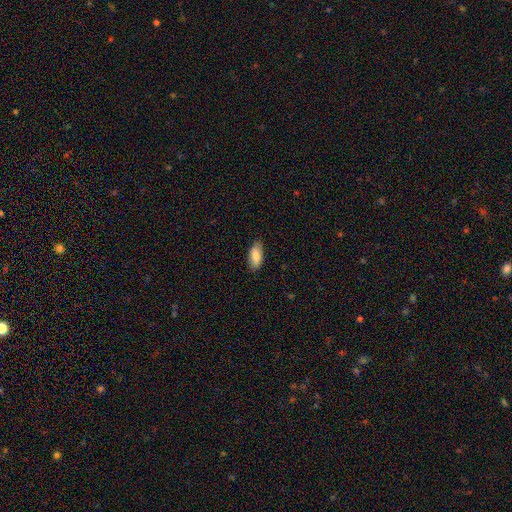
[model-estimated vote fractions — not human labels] Overall: smooth (84%). How rounded: in between (87%). Merging: none (84%).